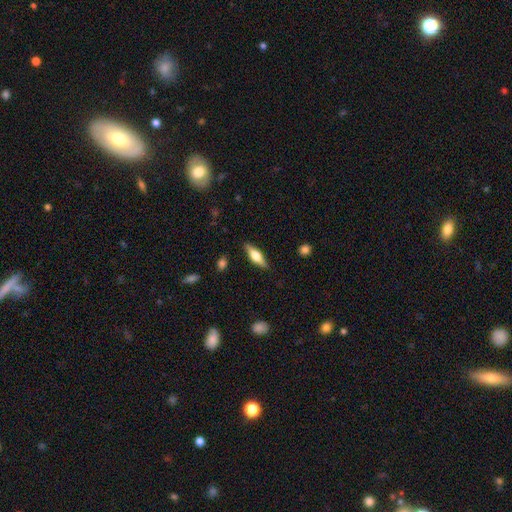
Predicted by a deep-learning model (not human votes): The model was most divided on "smooth or featured": featured or disk: 49%, smooth: 45%, star or artifact: 6%. More confident: merging — none (86%).